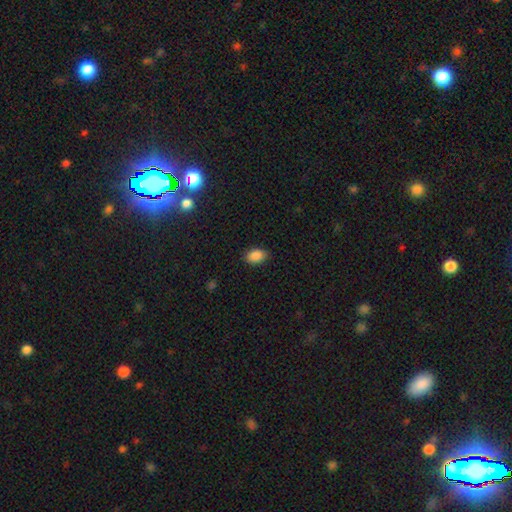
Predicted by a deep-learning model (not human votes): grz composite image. It shows a smooth galaxy with no disk features (88%) that is in between round and cigar-shaped (84%). Merging: none (86%).